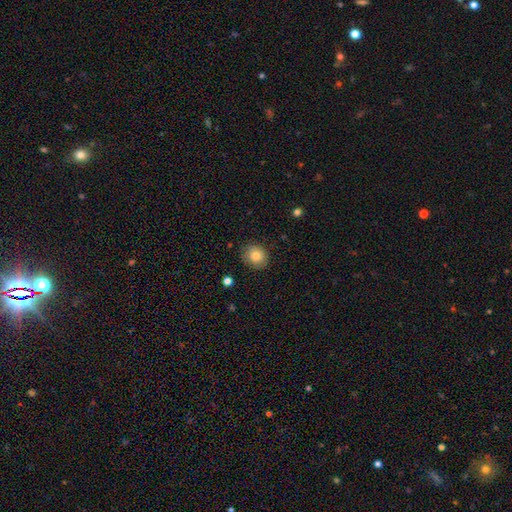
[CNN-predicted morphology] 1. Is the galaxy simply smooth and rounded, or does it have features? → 81% smooth, 10% featured or disk, 9% star or artifact.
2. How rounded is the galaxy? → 77% round, 22% in between, 1% cigar-shaped.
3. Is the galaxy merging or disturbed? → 85% none, 11% minor disturbance, 2% major disturbance, 1% merger.